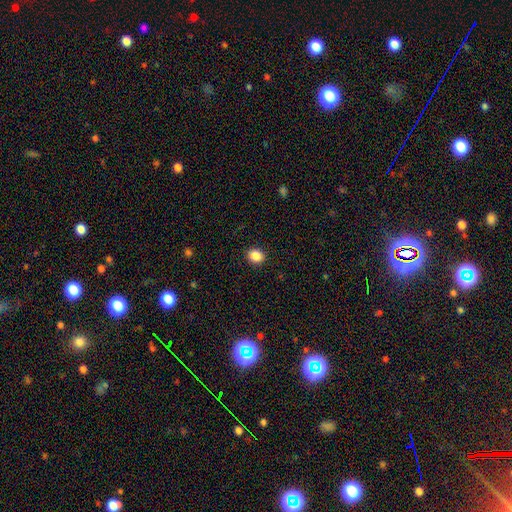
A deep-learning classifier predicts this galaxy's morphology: smooth_or_featured: smooth (p=0.86) [alt: star or artifact p=0.10]
how_rounded: round (p=0.67) [alt: in between p=0.33]
merging: none (p=0.92) [alt: minor disturbance p=0.06]